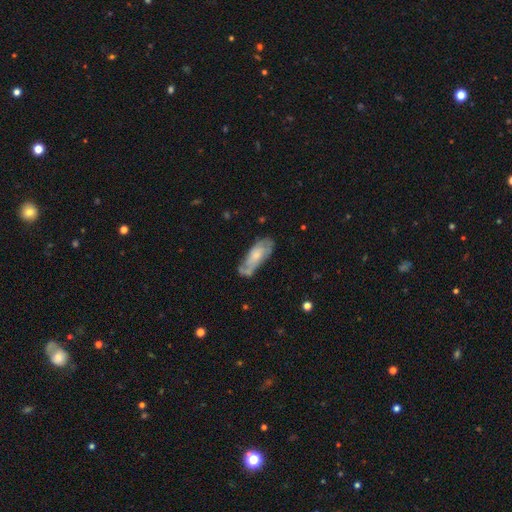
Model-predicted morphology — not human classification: This is possibly a featured or disk galaxy (53%). It is clearly not viewed edge-on (86%). Merging: possibly none (54%).